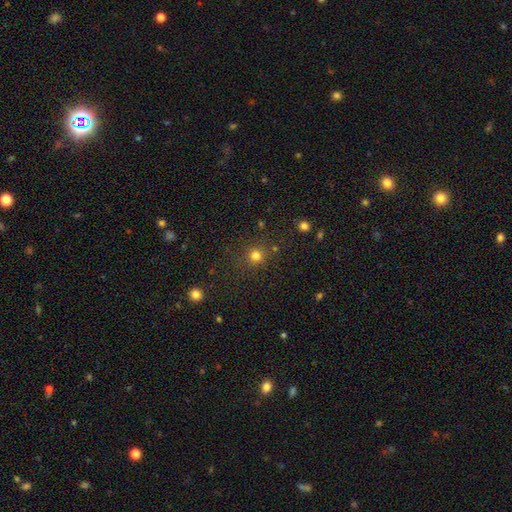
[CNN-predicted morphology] smooth_or_featured: smooth (p=0.78) [alt: star or artifact p=0.17]
how_rounded: round (p=0.92) [alt: in between p=0.07]
merging: none (p=0.83) [alt: minor disturbance p=0.09]